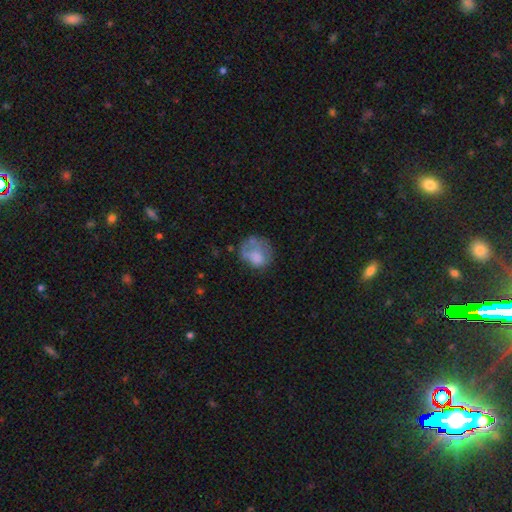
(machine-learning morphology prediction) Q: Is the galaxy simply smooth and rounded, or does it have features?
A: smooth — 62%.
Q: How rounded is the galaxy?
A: round — 67%.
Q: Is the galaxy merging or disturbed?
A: none — 41%.